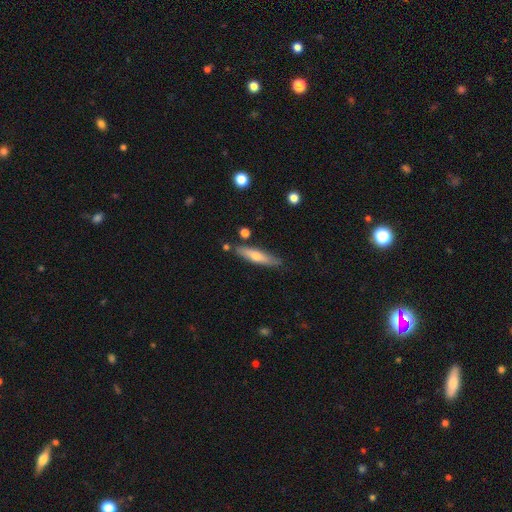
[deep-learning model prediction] Smooth or featured? Predicted: smooth (p=0.53). How rounded? Predicted: cigar-shaped (p=0.83). Merging? Predicted: none (p=0.81).